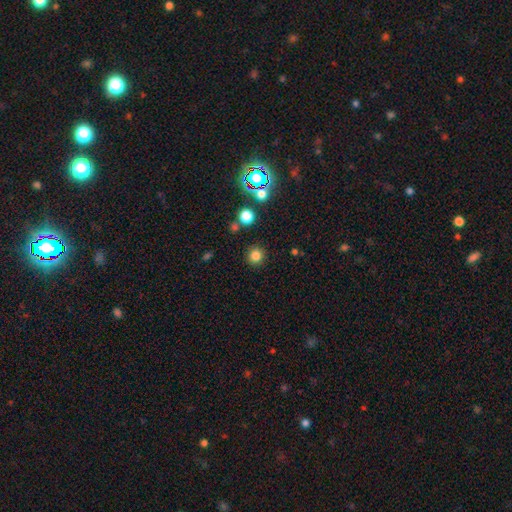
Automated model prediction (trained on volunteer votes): smooth_or_featured: smooth (p=0.80) [alt: star or artifact p=0.15]
how_rounded: round (p=0.94) [alt: in between p=0.05]
merging: none (p=0.89) [alt: minor disturbance p=0.06]